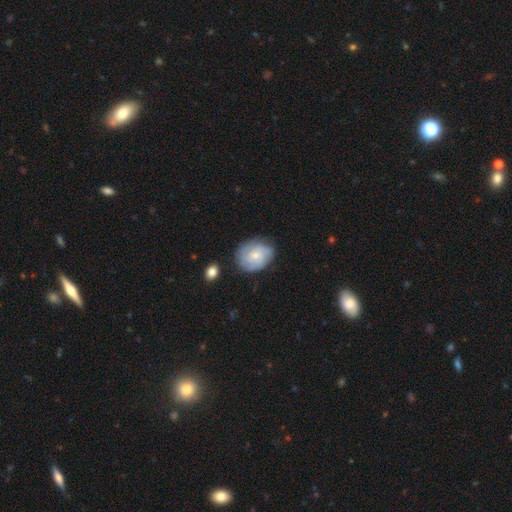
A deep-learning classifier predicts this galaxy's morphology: Smooth or featured? Predicted: featured or disk (p=0.58). Edge-on disk? Predicted: no (p=0.98). Bar? Predicted: no (p=0.71). Spiral arms? Predicted: yes (p=0.87). Bulge size? Predicted: small (p=0.65). Merging? Predicted: none (p=0.73).